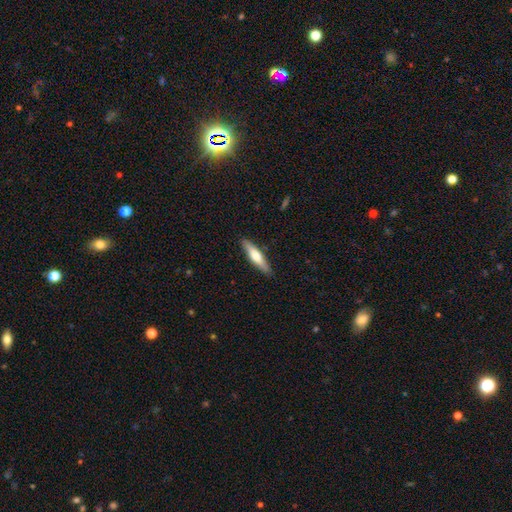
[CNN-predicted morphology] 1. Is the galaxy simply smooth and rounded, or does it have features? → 56% smooth, 39% featured or disk, 5% star or artifact.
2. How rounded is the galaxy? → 81% cigar-shaped, 18% in between, 1% round.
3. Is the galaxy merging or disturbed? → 88% none, 9% minor disturbance, 2% major disturbance, 1% merger.